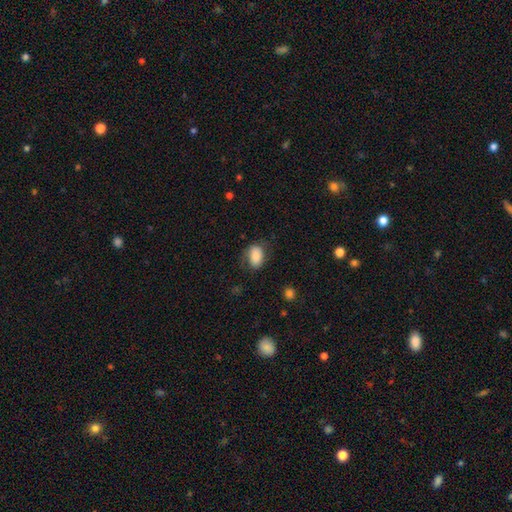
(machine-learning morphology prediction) smooth 80%, featured or disk 13%, star or artifact 7%. Down the decision tree: how rounded — in between (84%); merging — none (62%).